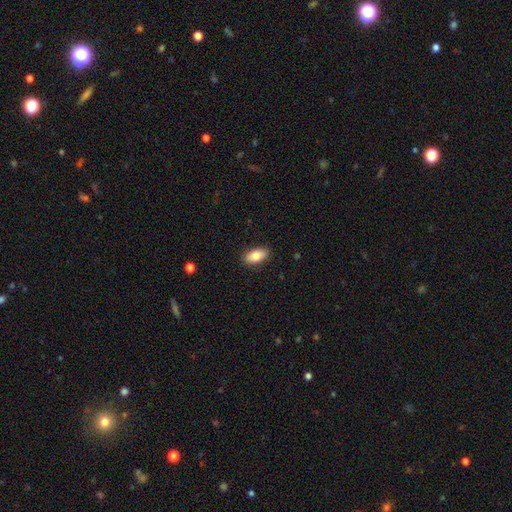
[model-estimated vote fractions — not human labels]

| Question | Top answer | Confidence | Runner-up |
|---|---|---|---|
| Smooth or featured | smooth | 81% | featured or disk (12%) |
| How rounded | in between | 90% | cigar-shaped (7%) |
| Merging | none | 88% | minor disturbance (9%) |